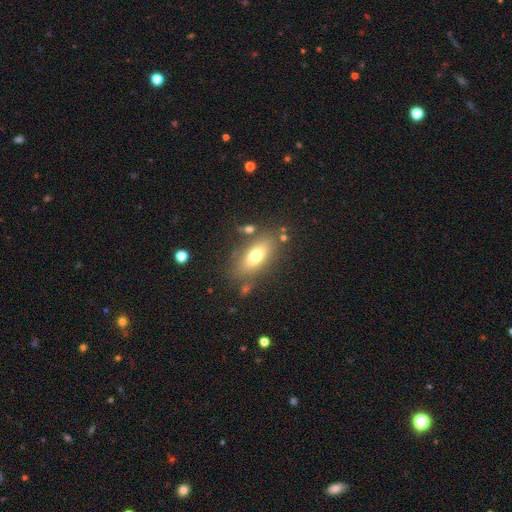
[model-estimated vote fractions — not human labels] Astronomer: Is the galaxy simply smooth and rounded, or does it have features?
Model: smooth — 69%.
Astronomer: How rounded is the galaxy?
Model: in between — 80%.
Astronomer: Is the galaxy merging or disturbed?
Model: none — 75%.